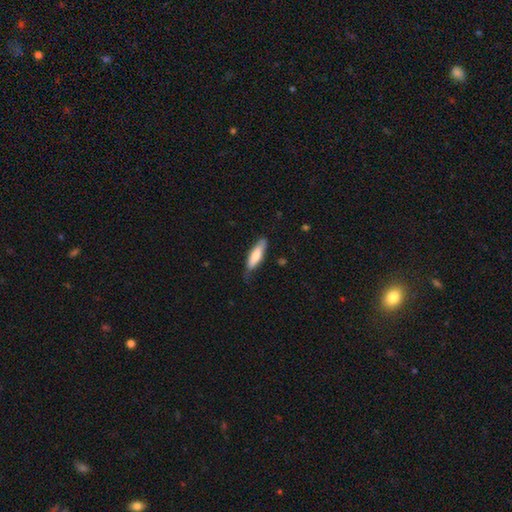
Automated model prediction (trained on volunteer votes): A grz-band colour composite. It shows a smooth galaxy with no disk features (70%) that is cigar-shaped (64%). Merging: none (64%).